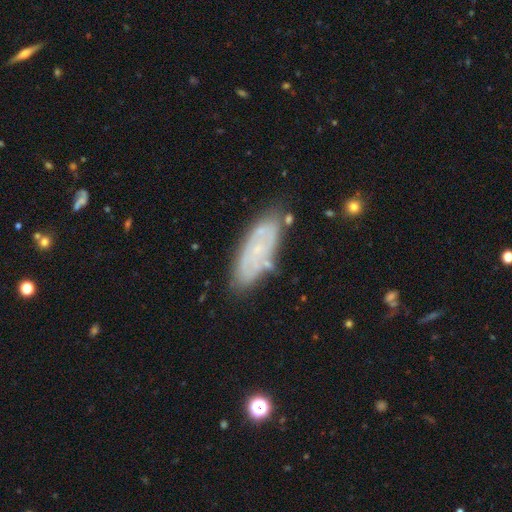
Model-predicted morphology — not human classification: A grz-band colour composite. It shows a featured or disk galaxy (57%). Merging: none (77%).